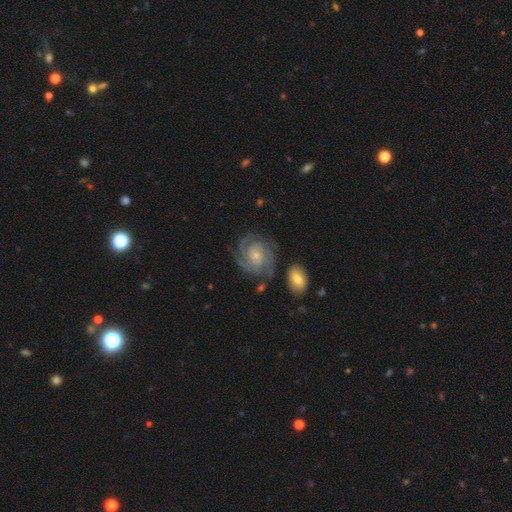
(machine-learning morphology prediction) Q: Smooth or featured?
A: featured or disk (87%); runner-up: smooth (8%)
Q: Edge-on disk?
A: no (98%); runner-up: yes (2%)
Q: Bar?
A: no (72%); runner-up: weak (23%)
Q: Spiral arms?
A: yes (97%); runner-up: no (3%)
Q: Spiral winding?
A: tight (67%); runner-up: medium (28%)
Q: Spiral arm count?
A: 3 (36%); runner-up: 2 (23%)
Q: Bulge size?
A: small (63%); runner-up: moderate (30%)
Q: Merging?
A: none (69%); runner-up: minor disturbance (17%)